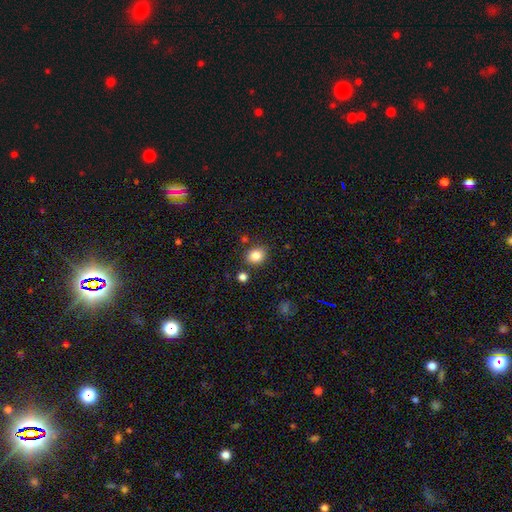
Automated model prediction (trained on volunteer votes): smooth 84%, star or artifact 10%, featured or disk 6%. Down the decision tree: how rounded — round (55%); merging — none (81%).